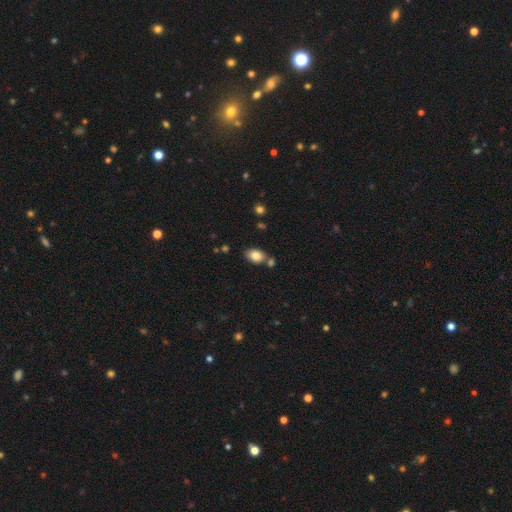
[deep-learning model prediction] smooth_or_featured: smooth (p=0.83) [alt: star or artifact p=0.09]
how_rounded: in between (p=0.77) [alt: round p=0.22]
merging: none (p=0.70) [alt: merger p=0.15]